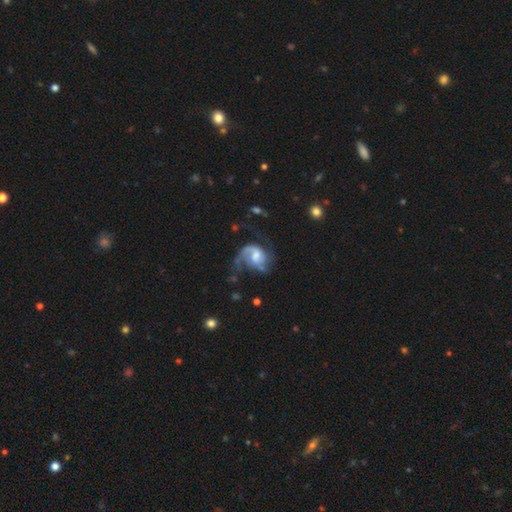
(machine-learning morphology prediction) smooth-or-featured: featured or disk: 79% | smooth: 15% | star or artifact: 7%
  disk-edge-on: no: 98% | yes: 2%
    bar: no: 48% | weak: 43% | strong: 9%
    has-spiral-arms: yes: 93% | no: 7%
      spiral-winding: medium: 44% | loose: 35% | tight: 21%
      spiral-arm-count: 2: 44% | 1: 38% | can't tell: 9% | 3: 5% | 4: 2% | more than 4: 2%
    bulge-size: moderate: 46% | small: 22% | large: 19% | none: 10% | dominant: 2%
  merging: none: 43% | major disturbance: 33% | minor disturbance: 20% | merger: 4%